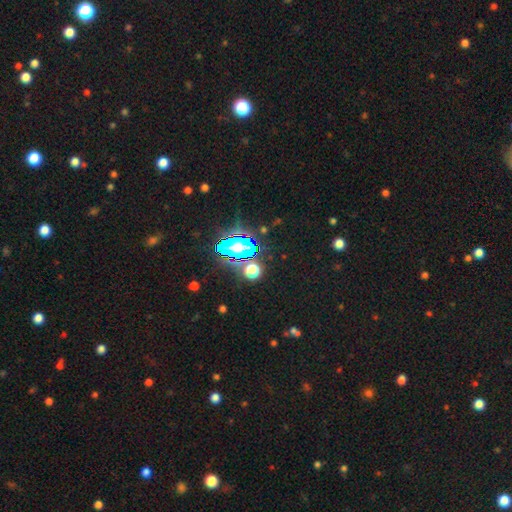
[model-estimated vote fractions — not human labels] star or artifact 84%, smooth 10%, featured or disk 7%.